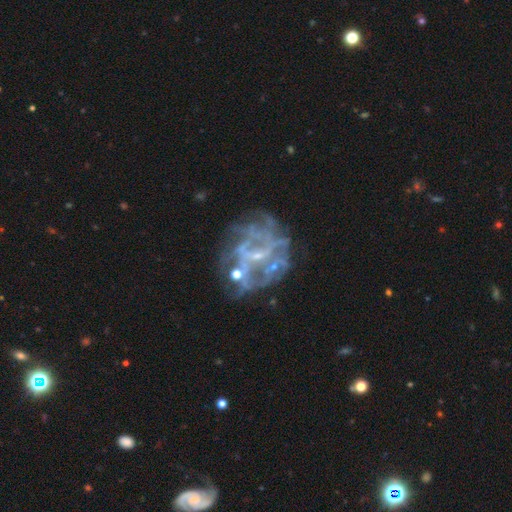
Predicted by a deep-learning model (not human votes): A featured or disk galaxy (76%) with no bar (52%), no spiral arms (53%) and a small central bulge (56%). Merging: none (49%).